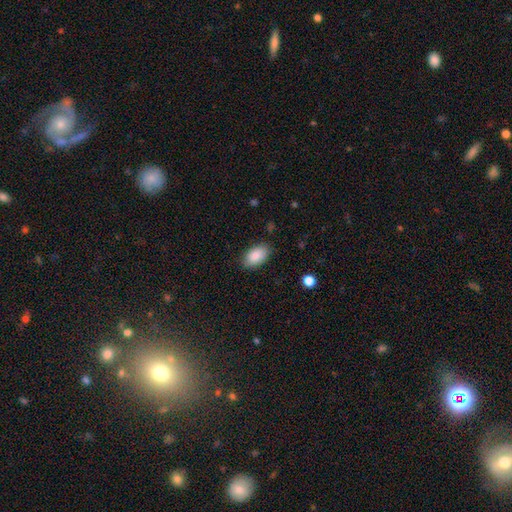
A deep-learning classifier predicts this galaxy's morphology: Smooth or featured: smooth — 88% (star or artifact — 7%)
How rounded: in between — 93% (round — 5%)
Merging: none — 84% (minor disturbance — 12%)